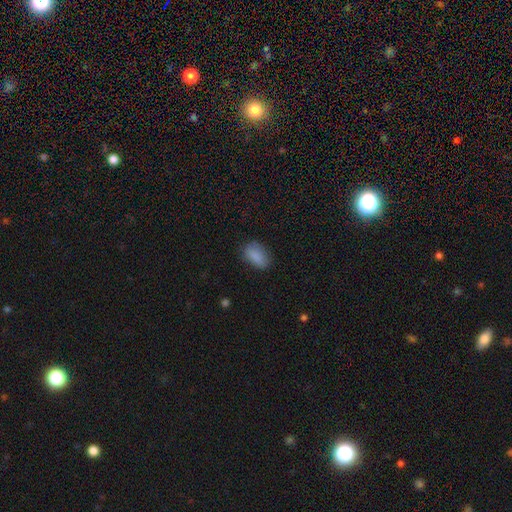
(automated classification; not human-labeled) Smooth or featured? Predicted: smooth (p=0.86). How rounded? Predicted: in between (p=0.90). Merging? Predicted: none (p=0.73).